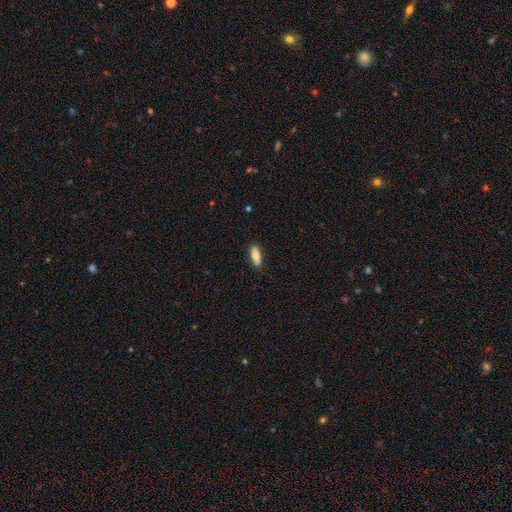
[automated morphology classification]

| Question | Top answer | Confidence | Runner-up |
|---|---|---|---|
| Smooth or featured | smooth | 77% | featured or disk (16%) |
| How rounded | in between | 73% | cigar-shaped (25%) |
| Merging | none | 85% | minor disturbance (12%) |